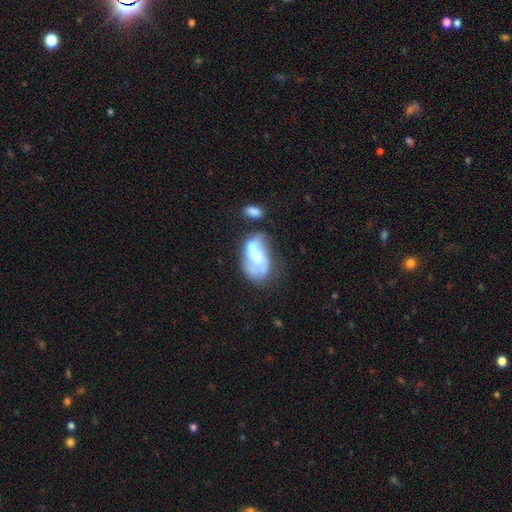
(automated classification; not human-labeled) Smooth or featured? Predicted: featured or disk (p=0.60). Edge-on disk? Predicted: no (p=0.96). Bar? Predicted: no (p=0.54). Spiral arms? Predicted: yes (p=0.60). Bulge size? Predicted: moderate (p=0.32). Merging? Predicted: none (p=0.30).